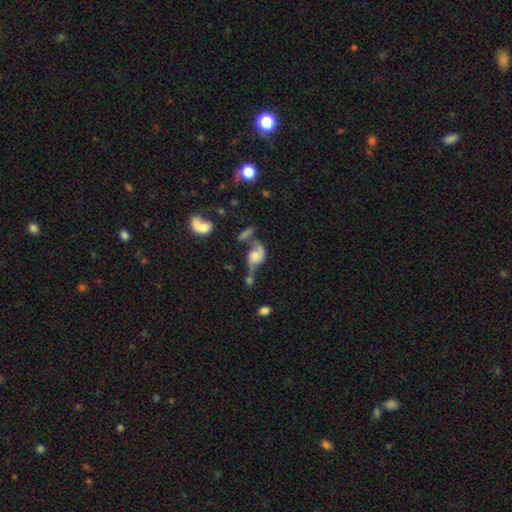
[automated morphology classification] Overall: featured or disk (59%; smooth 31%). Edge-on disk: no (95%). Bar: no (72%). Spiral arms: yes (79%). Bulge size: moderate (42%; small 28%). Merging: merger (35%; none 25%).